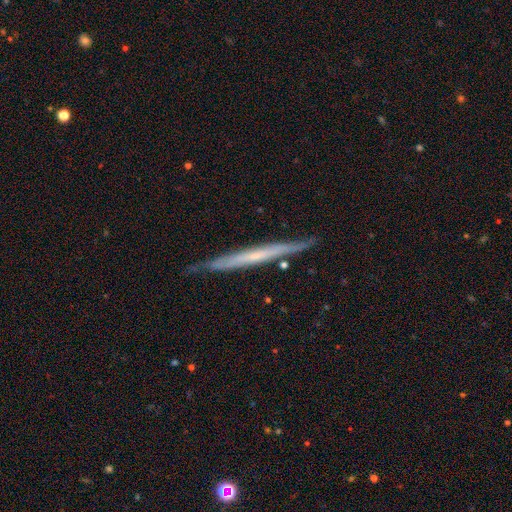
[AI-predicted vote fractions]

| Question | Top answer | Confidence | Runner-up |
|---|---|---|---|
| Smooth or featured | featured or disk | 65% | smooth (30%) |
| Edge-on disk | yes | 95% | no (5%) |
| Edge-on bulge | none | 77% | rounded (18%) |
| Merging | none | 83% | minor disturbance (13%) |